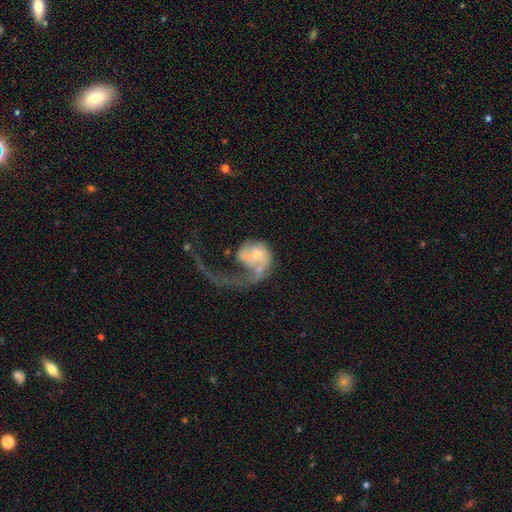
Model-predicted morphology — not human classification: Overall: featured or disk (61%; smooth 31%). Edge-on disk: no (97%). Bar: no (73%). Spiral arms: yes (64%; no 36%). Bulge size: moderate (45%; small 39%). Merging: major disturbance (55%; merger 23%).